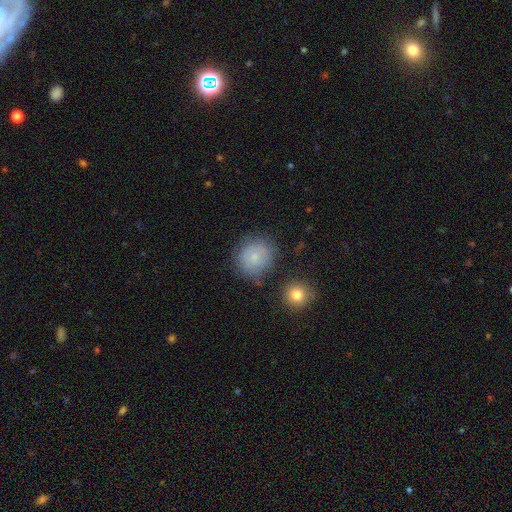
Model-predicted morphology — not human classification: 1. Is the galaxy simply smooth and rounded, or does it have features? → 80% smooth, 11% featured or disk, 9% star or artifact.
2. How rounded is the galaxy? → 84% round, 16% in between, 1% cigar-shaped.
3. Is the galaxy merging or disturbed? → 74% none, 16% minor disturbance, 5% major disturbance, 5% merger.